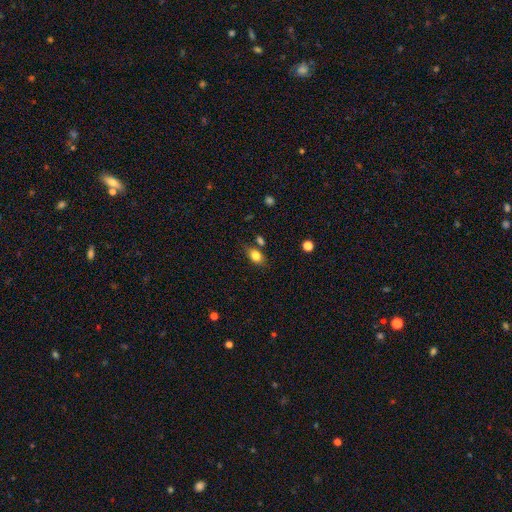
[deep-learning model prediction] smooth-or-featured: smooth: 81% | star or artifact: 10% | featured or disk: 10%
  how-rounded: in between: 76% | round: 21% | cigar-shaped: 3%
  merging: none: 70% | minor disturbance: 17% | merger: 8% | major disturbance: 4%